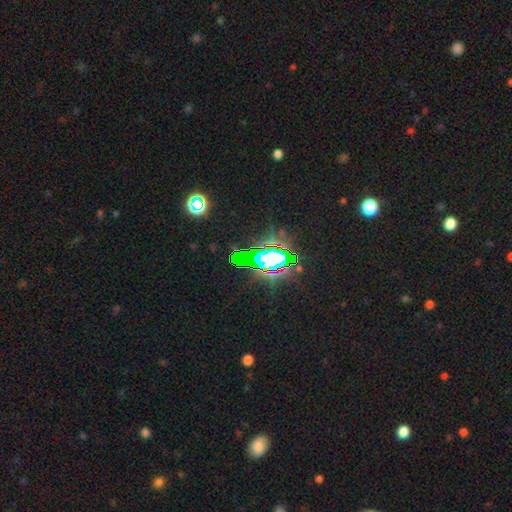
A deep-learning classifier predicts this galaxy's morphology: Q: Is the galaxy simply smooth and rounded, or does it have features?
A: star or artifact — 79%.